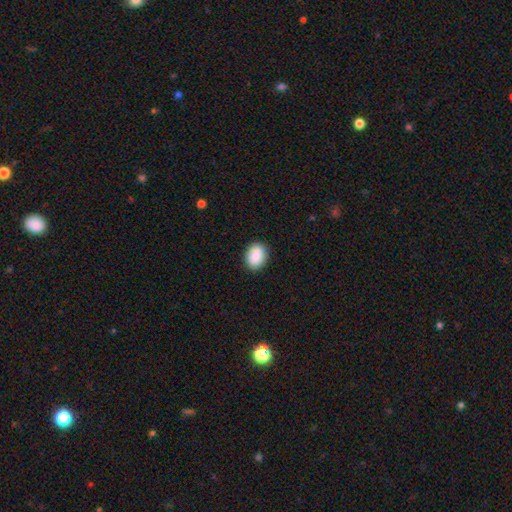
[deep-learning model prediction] This is clearly a smooth galaxy (90%). How rounded: likely in between (74%). Merging: clearly none (89%).